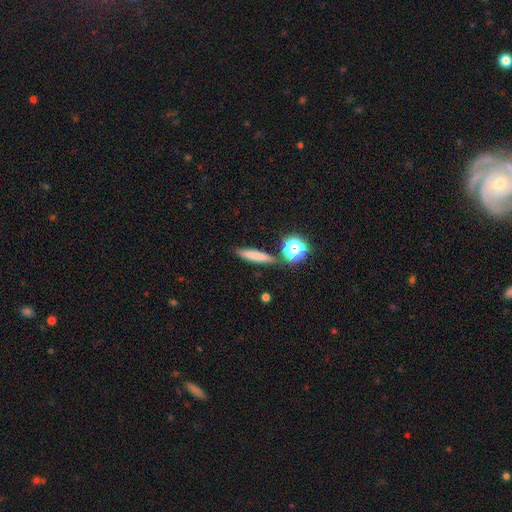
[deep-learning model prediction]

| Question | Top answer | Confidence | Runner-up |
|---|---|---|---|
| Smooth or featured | smooth | 73% | featured or disk (14%) |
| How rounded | cigar-shaped | 81% | in between (12%) |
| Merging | none | 83% | minor disturbance (9%) |